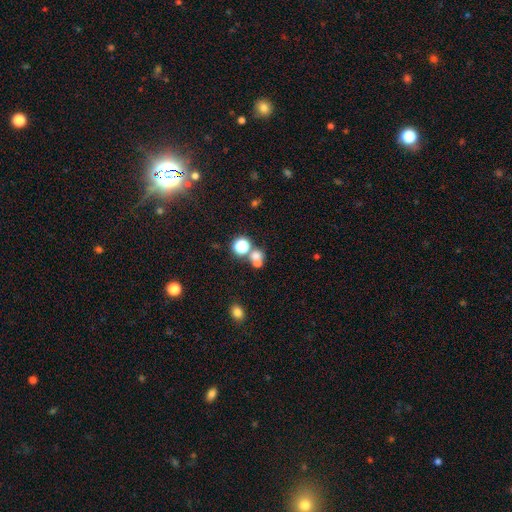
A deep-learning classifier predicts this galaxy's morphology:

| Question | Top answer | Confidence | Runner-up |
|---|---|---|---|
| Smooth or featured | smooth | 60% | star or artifact (28%) |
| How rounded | round | 79% | in between (20%) |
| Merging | none | 45% | merger (43%) |